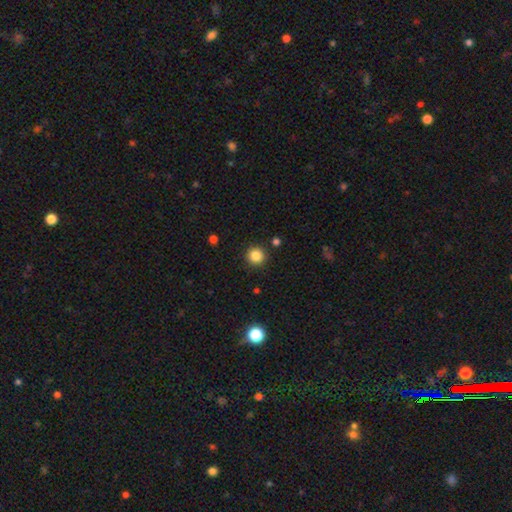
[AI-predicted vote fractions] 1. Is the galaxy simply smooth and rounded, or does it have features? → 85% smooth, 11% star or artifact, 4% featured or disk.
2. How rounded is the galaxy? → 95% round, 4% in between, 1% cigar-shaped.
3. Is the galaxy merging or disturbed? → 91% none, 5% minor disturbance, 2% major disturbance, 2% merger.